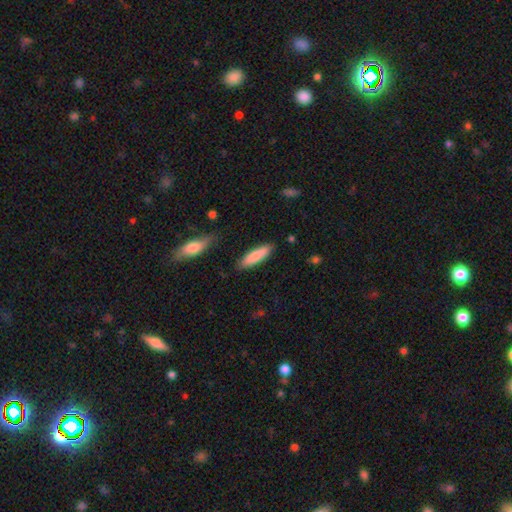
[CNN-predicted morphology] Smooth or featured? smooth (85%)
How rounded? cigar-shaped (64%)
Merging? none (84%)